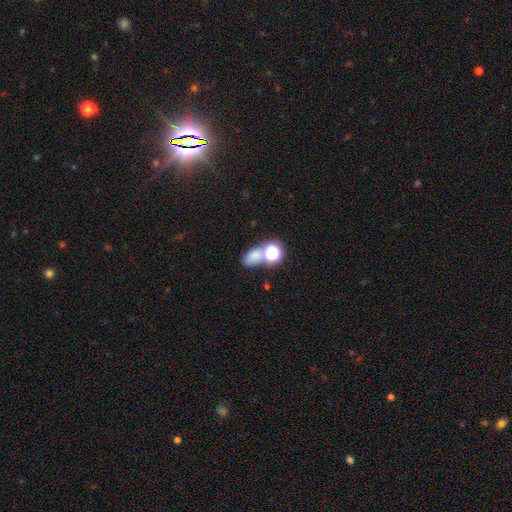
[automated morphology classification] Q: Smooth or featured?
A: smooth (67%); runner-up: star or artifact (23%)
Q: How rounded?
A: in between (70%); runner-up: round (28%)
Q: Merging?
A: none (49%); runner-up: merger (34%)